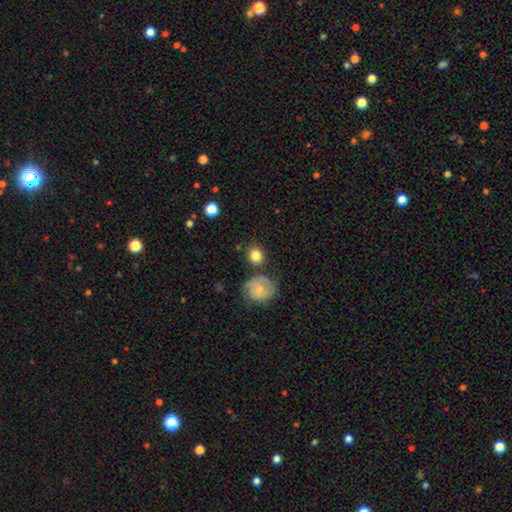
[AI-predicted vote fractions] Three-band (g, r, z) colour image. It shows a smooth galaxy with no disk features (83%) that is round (82%). Merging: none (74%).